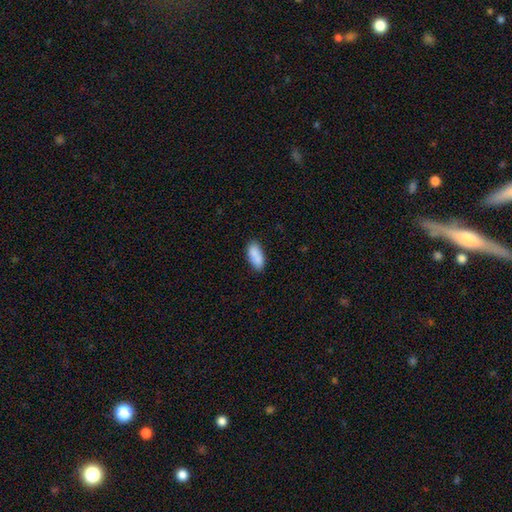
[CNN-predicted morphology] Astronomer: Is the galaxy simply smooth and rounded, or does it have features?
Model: smooth — 85%.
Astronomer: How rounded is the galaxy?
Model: in between — 86%.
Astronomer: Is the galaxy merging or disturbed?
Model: none — 73%.